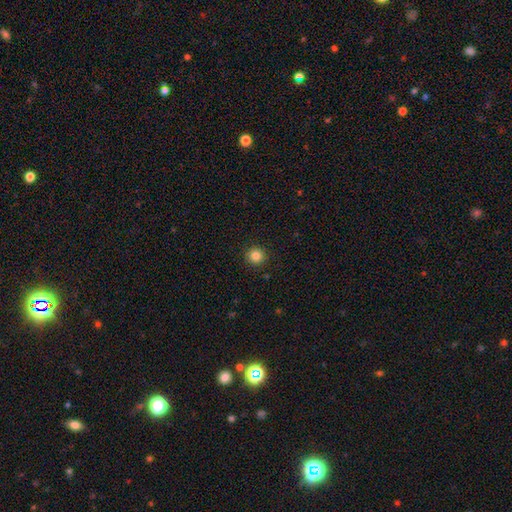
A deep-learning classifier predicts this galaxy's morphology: Overall: smooth (84%). How rounded: round (95%). Merging: none (92%).